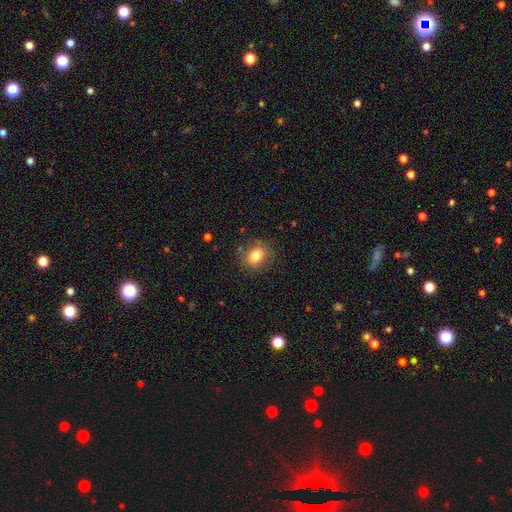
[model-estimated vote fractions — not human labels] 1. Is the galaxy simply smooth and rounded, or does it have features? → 80% smooth, 10% star or artifact, 10% featured or disk.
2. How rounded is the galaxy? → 50% round, 49% in between, 1% cigar-shaped.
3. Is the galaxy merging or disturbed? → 82% none, 12% minor disturbance, 4% major disturbance, 2% merger.